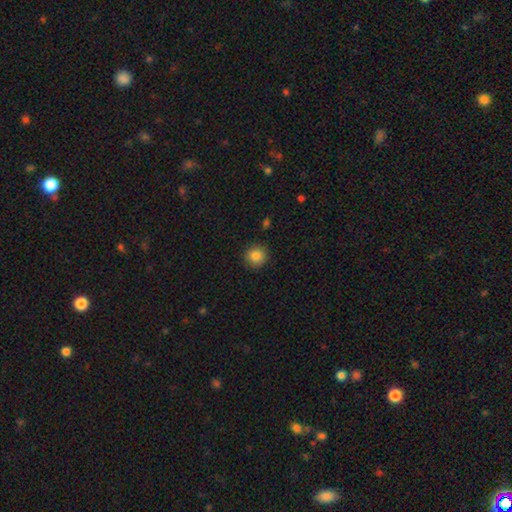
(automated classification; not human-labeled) A smooth galaxy with no disk features (84%) that is round (92%).

Vote fractions:
- Smooth or featured? smooth: 84% / star or artifact: 10% / featured or disk: 6%
- How rounded? round: 92% / in between: 7% / cigar-shaped: 1%
- Merging? none: 89% / minor disturbance: 8% / major disturbance: 2% / merger: 1%